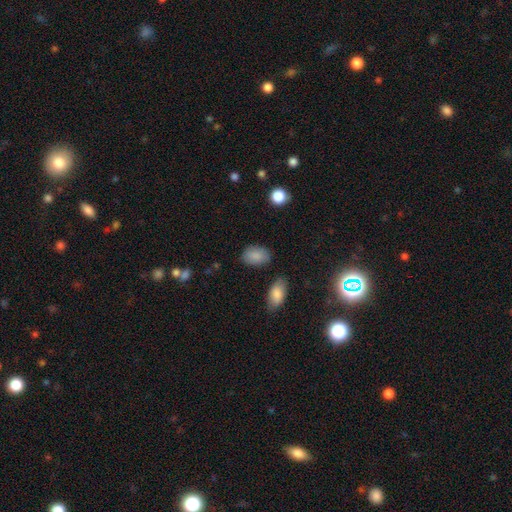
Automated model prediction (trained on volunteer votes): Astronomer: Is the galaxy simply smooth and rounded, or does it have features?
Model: smooth — 87%.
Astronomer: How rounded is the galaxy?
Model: in between — 87%.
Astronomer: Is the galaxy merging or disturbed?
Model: none — 78%.